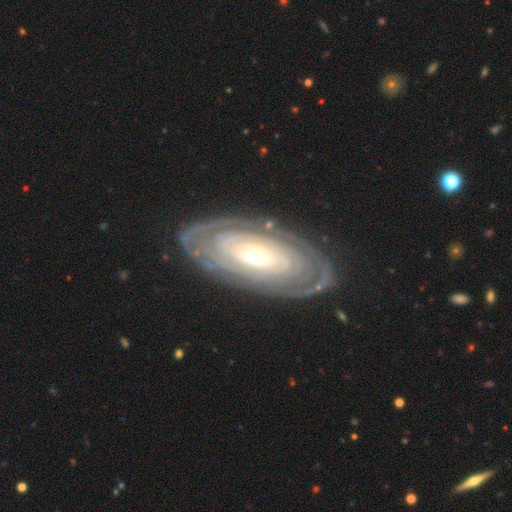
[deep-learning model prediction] featured or disk 80%, smooth 14%, star or artifact 6%. Down the decision tree: edge-on disk — no (91%); bar — no (78%); spiral arms — yes (81%); spiral arm count — can't tell (58%); spiral winding — tight (84%); bulge size — small (68%); merging — none (80%).